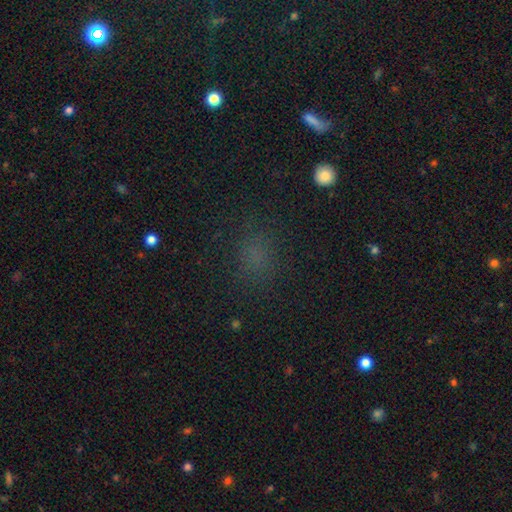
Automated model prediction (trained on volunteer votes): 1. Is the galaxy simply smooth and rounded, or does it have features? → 65% smooth, 28% star or artifact, 7% featured or disk.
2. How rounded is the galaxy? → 51% round, 47% in between, 3% cigar-shaped.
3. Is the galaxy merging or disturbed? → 82% none, 11% minor disturbance, 6% major disturbance, 2% merger.